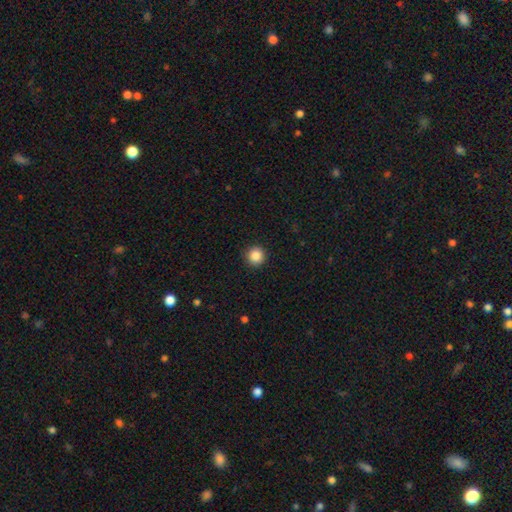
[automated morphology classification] smooth 86%, star or artifact 10%, featured or disk 4%. Down the decision tree: how rounded — round (95%); merging — none (92%).